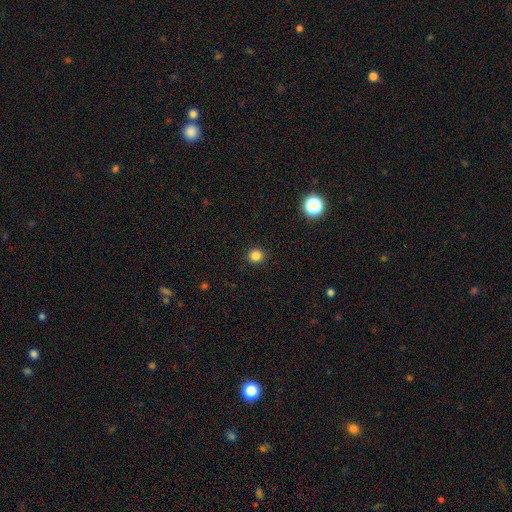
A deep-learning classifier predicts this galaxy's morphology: Overall: smooth (84%). How rounded: round (93%). Merging: none (92%).